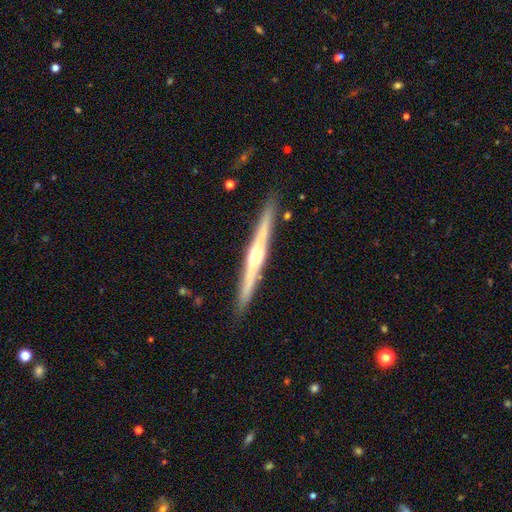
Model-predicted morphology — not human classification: Q: Smooth or featured?
A: featured or disk (75%); runner-up: smooth (19%)
Q: Edge-on disk?
A: yes (98%); runner-up: no (2%)
Q: Edge-on bulge?
A: rounded (75%); runner-up: none (15%)
Q: Merging?
A: none (90%); runner-up: minor disturbance (7%)